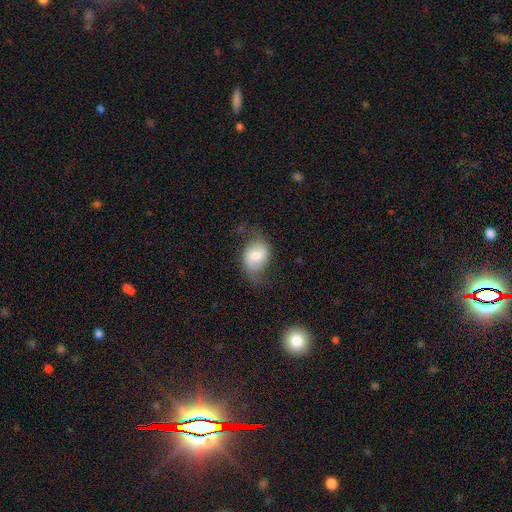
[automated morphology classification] A smooth galaxy with no disk features (48%). Merging: none (57%).